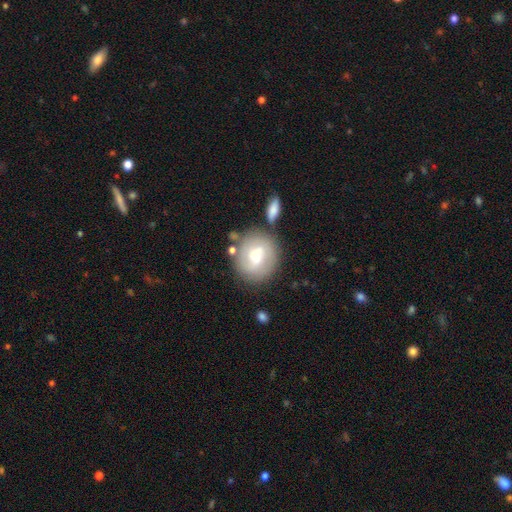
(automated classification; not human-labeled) Overall: featured or disk (48%; smooth 45%). Merging: none (71%).